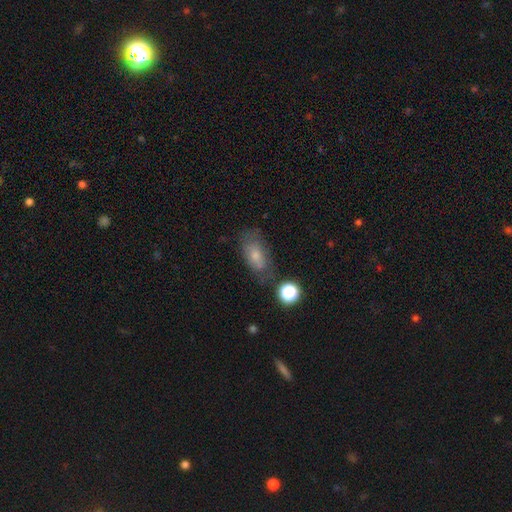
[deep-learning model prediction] smooth 67%, featured or disk 22%, star or artifact 11%. Down the decision tree: how rounded — in between (86%); merging — none (61%).